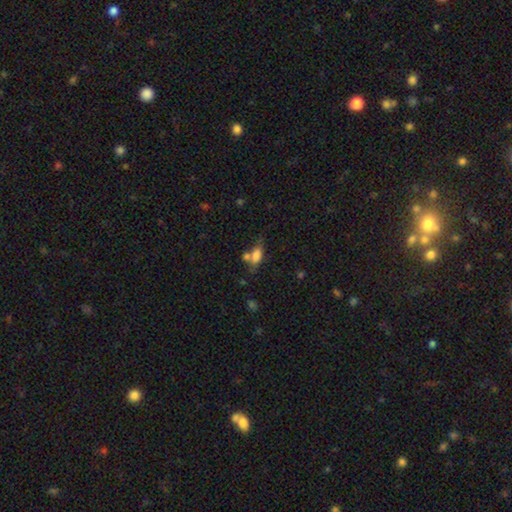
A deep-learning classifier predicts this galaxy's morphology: A smooth galaxy with no disk features (76%) that is in between round and cigar-shaped (82%).

Vote fractions:
- Smooth or featured? smooth: 76% / featured or disk: 14% / star or artifact: 10%
- How rounded? in between: 82% / cigar-shaped: 12% / round: 6%
- Merging? none: 40% / merger: 33% / minor disturbance: 17% / major disturbance: 9%